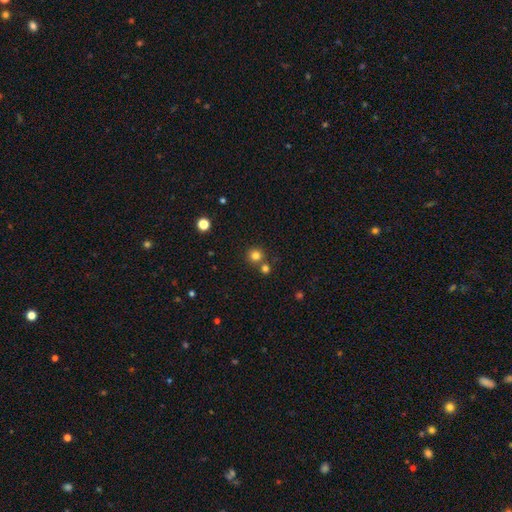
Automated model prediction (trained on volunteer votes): This is likely a smooth galaxy (79%). How rounded: clearly round (93%). Merging: likely none (72%).